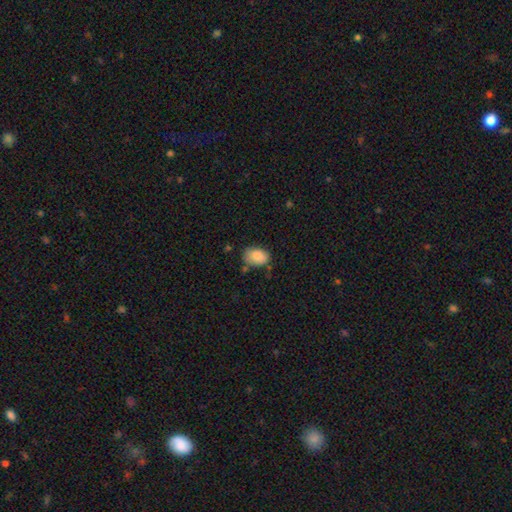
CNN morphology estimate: Smooth or featured: smooth — 86% (star or artifact — 8%)
How rounded: in between — 83% (round — 16%)
Merging: none — 65% (minor disturbance — 24%)